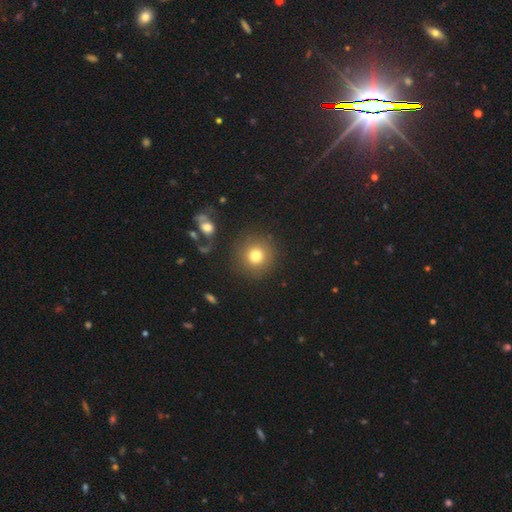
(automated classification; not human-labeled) Smooth or featured? Predicted: smooth (p=0.78). How rounded? Predicted: round (p=0.93). Merging? Predicted: none (p=0.86).